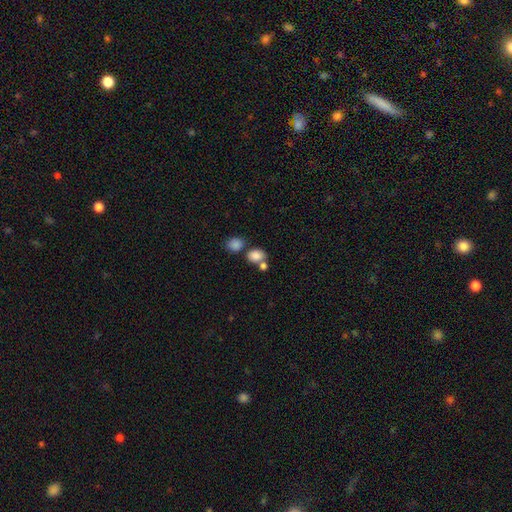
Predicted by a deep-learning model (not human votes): The model was most divided on "merging": none: 50%, merger: 35%, minor disturbance: 11%, major disturbance: 4%. More confident: smooth or featured — smooth (84%); how rounded — in between (58%).